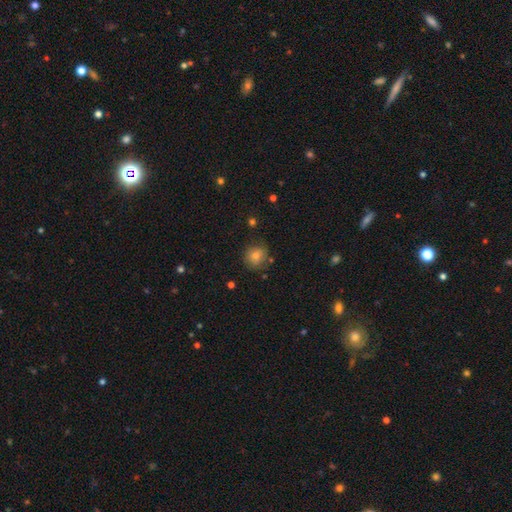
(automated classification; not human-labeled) smooth-or-featured: smooth: 71% | star or artifact: 14% | featured or disk: 14%
  how-rounded: round: 87% | in between: 12% | cigar-shaped: 1%
  merging: none: 78% | minor disturbance: 15% | major disturbance: 4% | merger: 3%